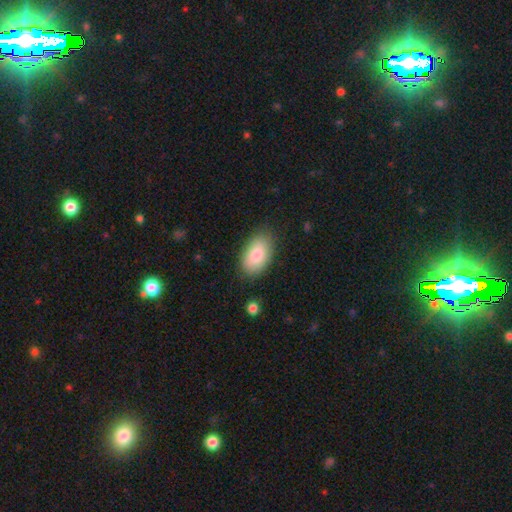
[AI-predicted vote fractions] A smooth galaxy with no disk features (84%) that is in between round and cigar-shaped (94%).

Vote fractions:
- Smooth or featured? smooth: 84% / featured or disk: 10% / star or artifact: 6%
- How rounded? in between: 94% / round: 4% / cigar-shaped: 2%
- Merging? none: 81% / minor disturbance: 14% / major disturbance: 3% / merger: 2%